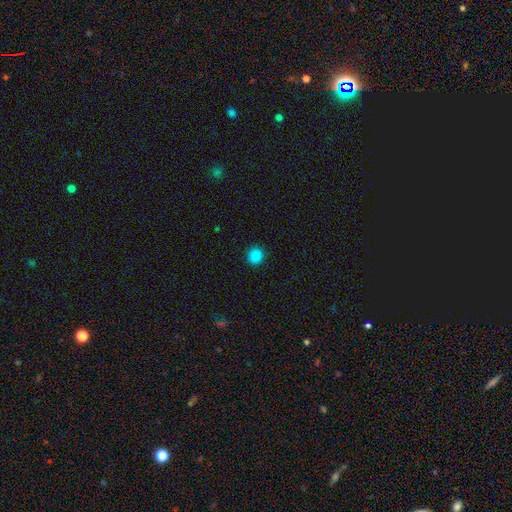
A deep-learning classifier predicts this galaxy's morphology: Smooth or featured? smooth (87%)
How rounded? round (88%)
Merging? none (92%)